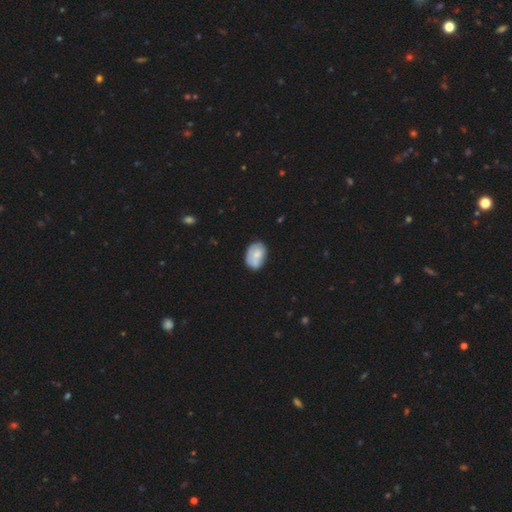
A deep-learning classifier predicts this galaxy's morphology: smooth-or-featured: smooth: 67% | featured or disk: 26% | star or artifact: 7%
  how-rounded: in between: 81% | round: 18% | cigar-shaped: 1%
  merging: none: 55% | minor disturbance: 31% | major disturbance: 8% | merger: 6%